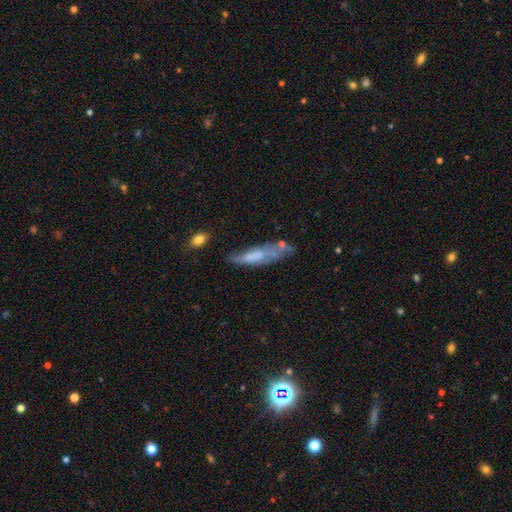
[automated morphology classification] Overall: smooth (51%; featured or disk 40%). How rounded: cigar-shaped (68%; in between 31%). Merging: none (43%; minor disturbance 28%).